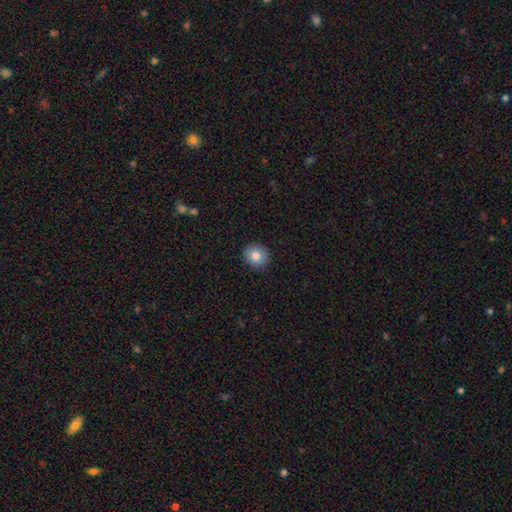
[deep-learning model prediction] This appears to be a smooth galaxy with no disk features (82%) that is round (82%). Merging: none (91%).